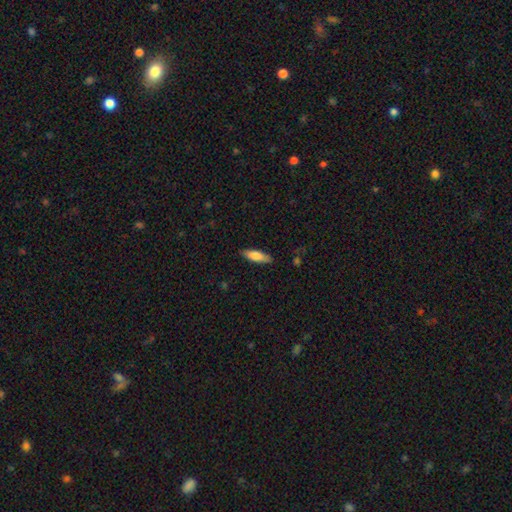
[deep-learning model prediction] smooth-or-featured: smooth: 78% | featured or disk: 16% | star or artifact: 6%
  how-rounded: in between: 50% | cigar-shaped: 48% | round: 2%
  merging: none: 86% | minor disturbance: 11% | major disturbance: 2% | merger: 1%